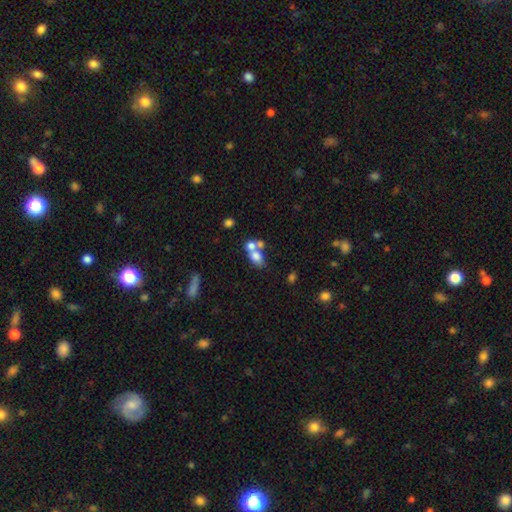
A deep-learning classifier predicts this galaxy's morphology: Smooth or featured? Predicted: smooth (p=0.70). How rounded? Predicted: in between (p=0.68). Merging? Predicted: merger (p=0.57).